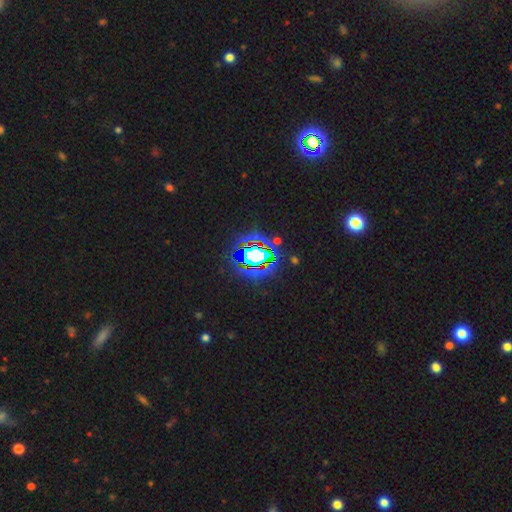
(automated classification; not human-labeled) Smooth or featured?
  - star or artifact: 61% *
  - featured or disk: 20%
  - smooth: 19%